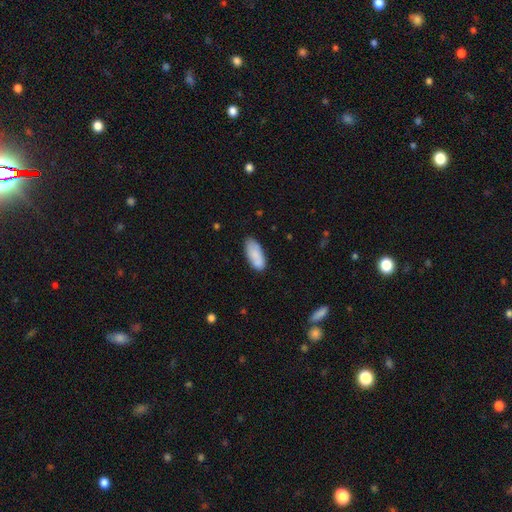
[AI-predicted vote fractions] smooth_or_featured: smooth (p=0.86) [alt: featured or disk p=0.08]
how_rounded: in between (p=0.85) [alt: cigar-shaped p=0.13]
merging: none (p=0.75) [alt: minor disturbance p=0.19]